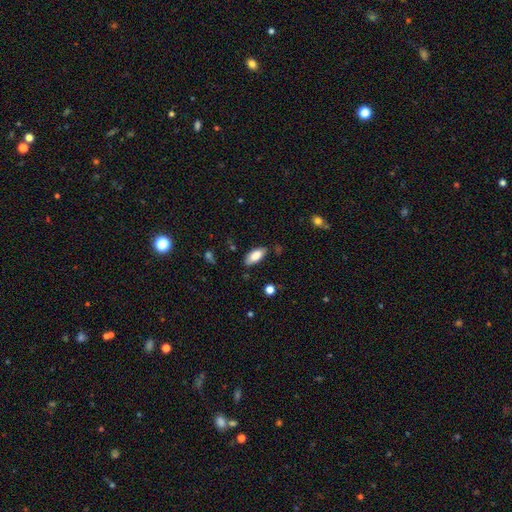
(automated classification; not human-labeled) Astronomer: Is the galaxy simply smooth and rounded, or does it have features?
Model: smooth — 84%.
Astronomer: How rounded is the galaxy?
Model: in between — 89%.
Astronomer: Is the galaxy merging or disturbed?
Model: none — 78%.